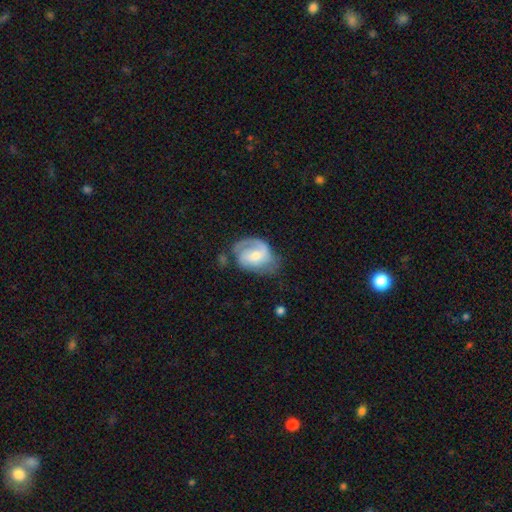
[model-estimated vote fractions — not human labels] A featured or disk galaxy (73%) with no bar (44%), 2 (52%) medium (42%) spiral arms (89%) and a moderate central bulge (52%).

Vote fractions:
- Smooth or featured? featured or disk: 73% / smooth: 22% / star or artifact: 6%
- Edge-on disk? no: 97% / yes: 3%
- Bar? no: 44% / weak: 43% / strong: 13%
- Spiral arms? yes: 89% / no: 11%
- Spiral winding? medium: 42% / tight: 37% / loose: 21%
- Spiral arm count? 2: 52% / 1: 27% / can't tell: 14% / 3: 5% / 4: 1% / more than 4: 1%
- Bulge size? moderate: 52% / small: 42% / large: 3% / none: 2% / dominant: 1%
- Merging? none: 52% / minor disturbance: 28% / major disturbance: 17% / merger: 4%